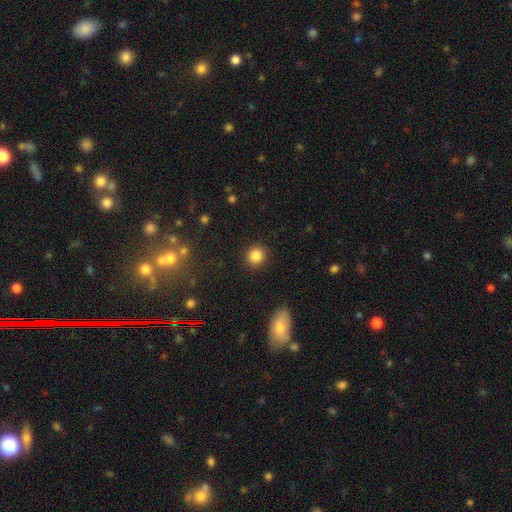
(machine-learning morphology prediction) This is clearly a smooth galaxy (86%). How rounded: clearly round (89%). Merging: clearly none (91%).